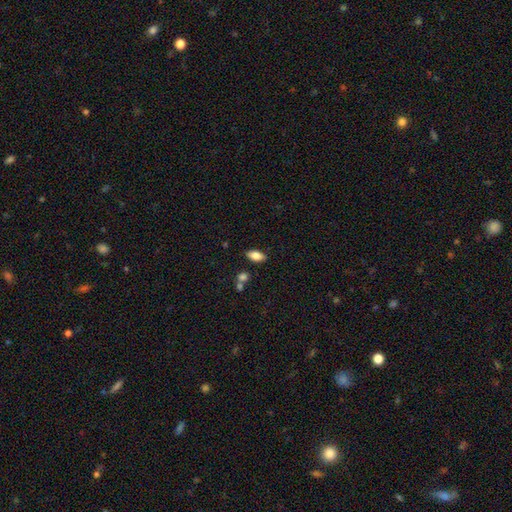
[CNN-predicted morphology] type=smooth (80%); roundness=in between (90%); merging=none (82%).